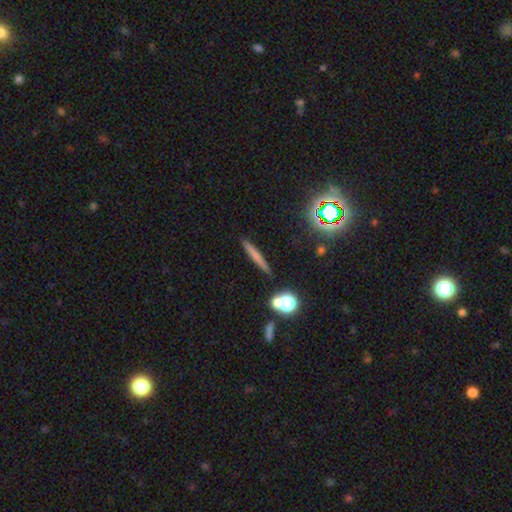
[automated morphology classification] Smooth or featured? smooth (61%)
How rounded? cigar-shaped (91%)
Merging? none (87%)